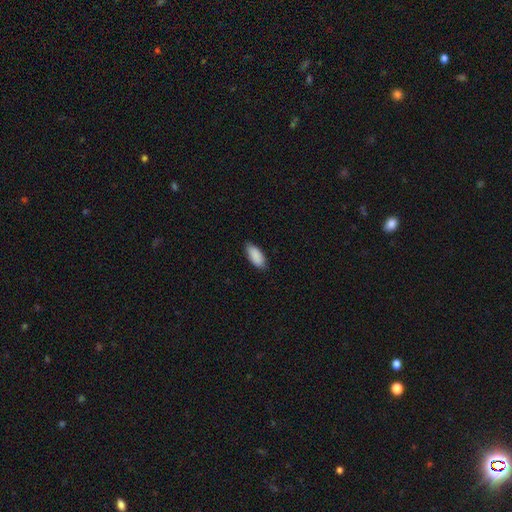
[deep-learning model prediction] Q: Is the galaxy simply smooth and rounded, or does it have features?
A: smooth — 90%.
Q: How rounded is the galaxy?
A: in between — 87%.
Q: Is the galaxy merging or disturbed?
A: none — 82%.